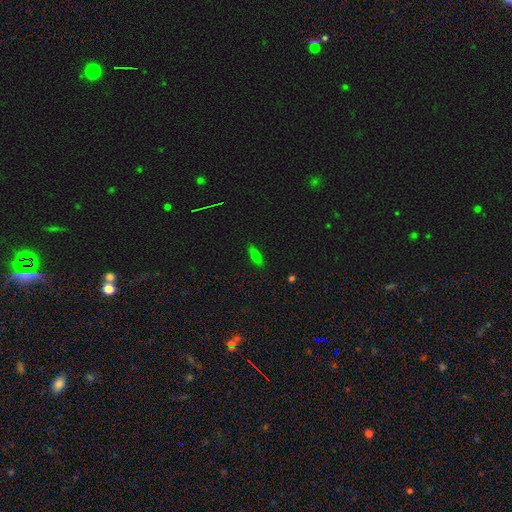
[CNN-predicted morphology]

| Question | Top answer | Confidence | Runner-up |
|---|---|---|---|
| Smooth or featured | smooth | 65% | featured or disk (20%) |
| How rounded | in between | 56% | cigar-shaped (40%) |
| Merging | none | 86% | minor disturbance (10%) |